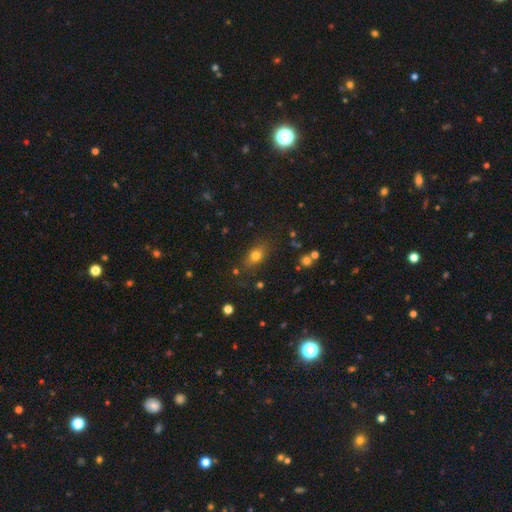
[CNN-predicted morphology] A smooth galaxy with no disk features (74%) that is in between round and cigar-shaped (69%).

Vote fractions:
- Smooth or featured? smooth: 74% / star or artifact: 14% / featured or disk: 12%
- How rounded? in between: 69% / round: 24% / cigar-shaped: 7%
- Merging? none: 78% / minor disturbance: 14% / major disturbance: 5% / merger: 3%